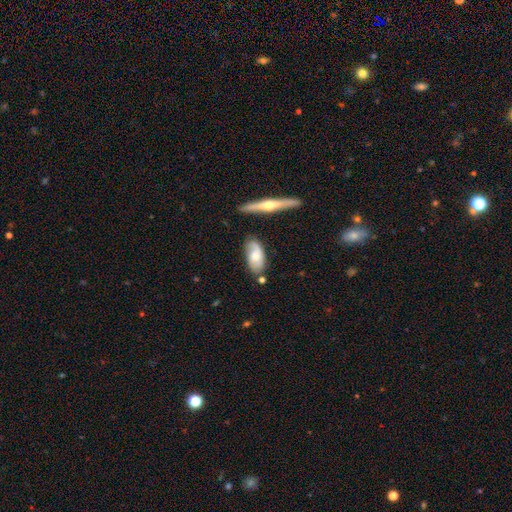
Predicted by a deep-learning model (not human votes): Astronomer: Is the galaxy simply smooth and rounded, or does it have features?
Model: featured or disk — 50% (runner-up: smooth, 44%).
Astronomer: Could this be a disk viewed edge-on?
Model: no — 82%.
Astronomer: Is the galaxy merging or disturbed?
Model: none — 64%.